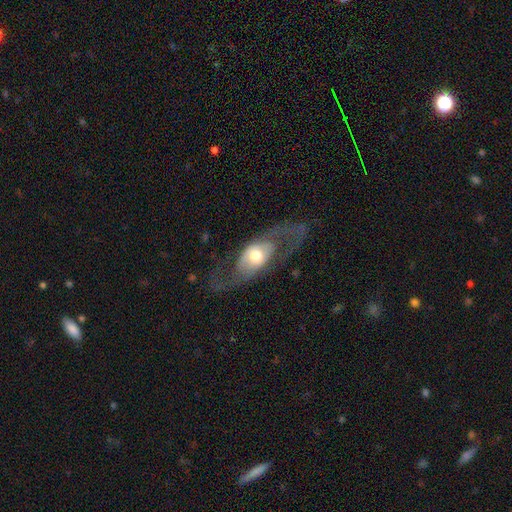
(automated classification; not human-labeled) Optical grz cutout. It shows a featured or disk galaxy (67%) with no bar (72%), spiral arms (59%) and a moderate central bulge (58%). Merging: none (60%).